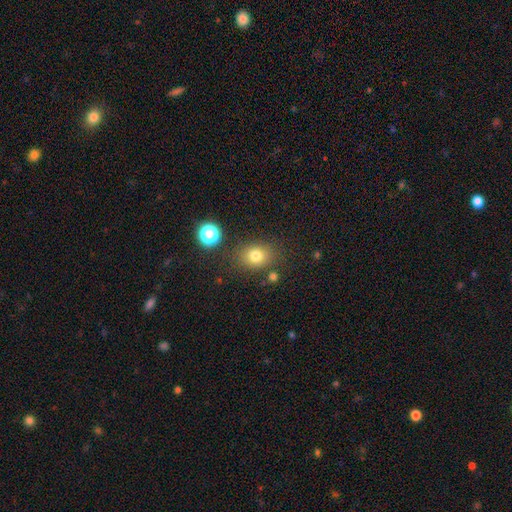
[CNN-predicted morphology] A smooth galaxy with no disk features (78%) that is in between round and cigar-shaped (50%).

Vote fractions:
- Smooth or featured? smooth: 78% / star or artifact: 13% / featured or disk: 8%
- How rounded? in between: 50% / round: 49% / cigar-shaped: 1%
- Merging? none: 78% / minor disturbance: 12% / merger: 5% / major disturbance: 4%